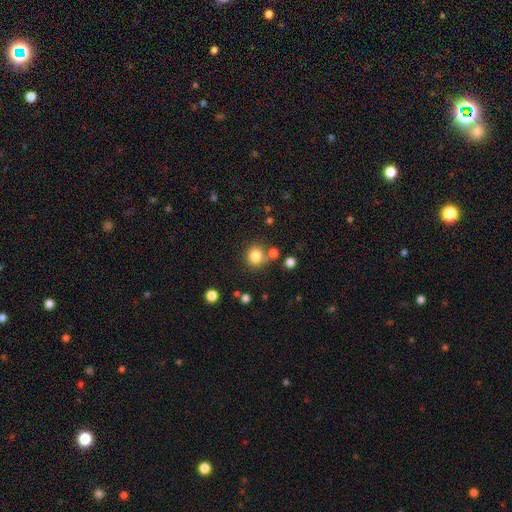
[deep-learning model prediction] Smooth or featured: smooth — 82% (star or artifact — 12%)
How rounded: round — 80% (in between — 19%)
Merging: none — 71% (merger — 14%)